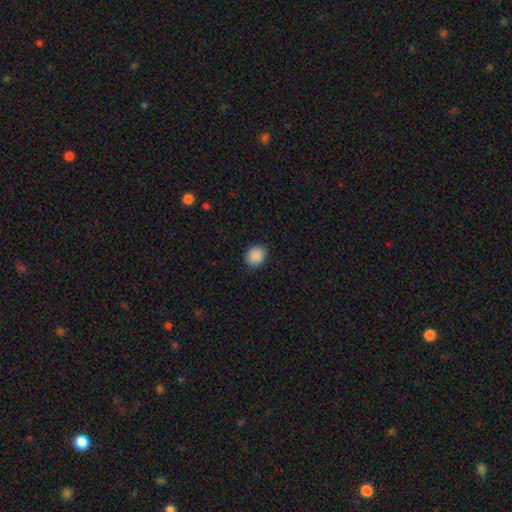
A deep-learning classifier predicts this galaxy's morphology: Smooth or featured? smooth (89%)
How rounded? round (64%)
Merging? none (89%)